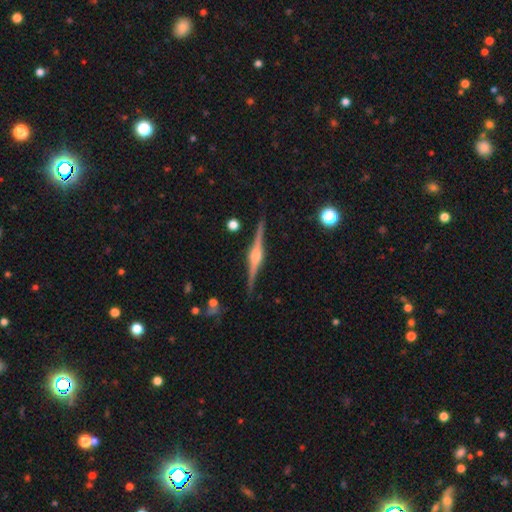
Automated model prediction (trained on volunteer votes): Smooth or featured?
  - featured or disk: 88% *
  - smooth: 7%
  - star or artifact: 5%
Edge-on disk?
  - yes: 98% *
  - no: 2%
Edge-on bulge?
  - rounded: 86% *
  - boxy: 12%
  - none: 2%
Merging?
  - none: 89% *
  - minor disturbance: 8%
  - major disturbance: 2%
  - merger: 1%